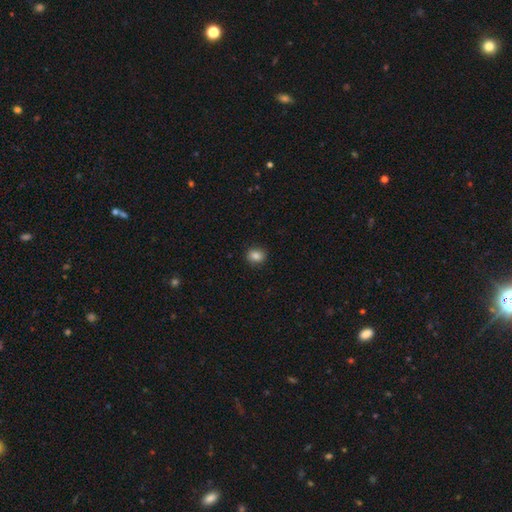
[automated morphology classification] Smooth or featured? Predicted: smooth (p=0.85). How rounded? Predicted: round (p=0.63). Merging? Predicted: none (p=0.89).